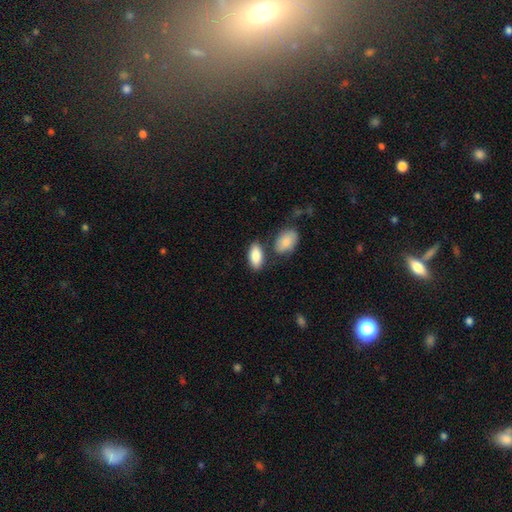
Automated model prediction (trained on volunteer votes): Morphology: type=smooth (86%); roundness=in between (91%); merging=none (72%).